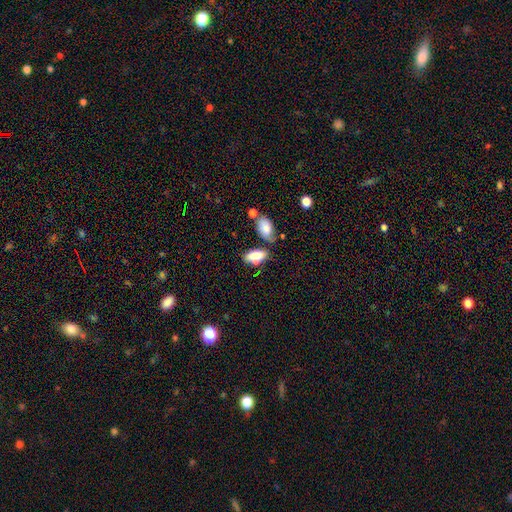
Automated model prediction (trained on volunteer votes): Smooth or featured?
  - smooth: 78% *
  - featured or disk: 13%
  - star or artifact: 9%
How rounded?
  - in between: 87% *
  - cigar-shaped: 10%
  - round: 4%
Merging?
  - none: 47% *
  - merger: 23%
  - minor disturbance: 22%
  - major disturbance: 8%